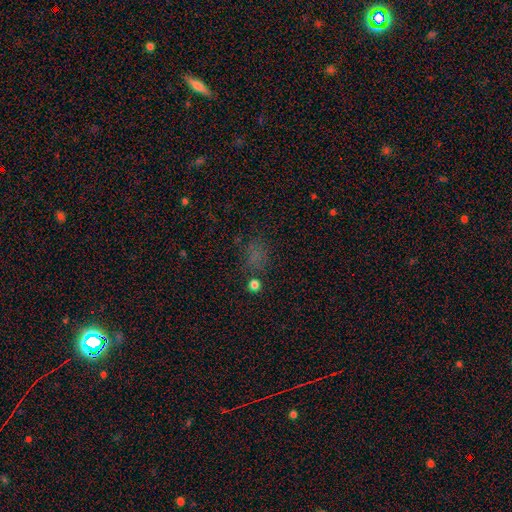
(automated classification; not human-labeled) A smooth galaxy with no disk features (55%) that is in between round and cigar-shaped (56%). Merging: none (63%).